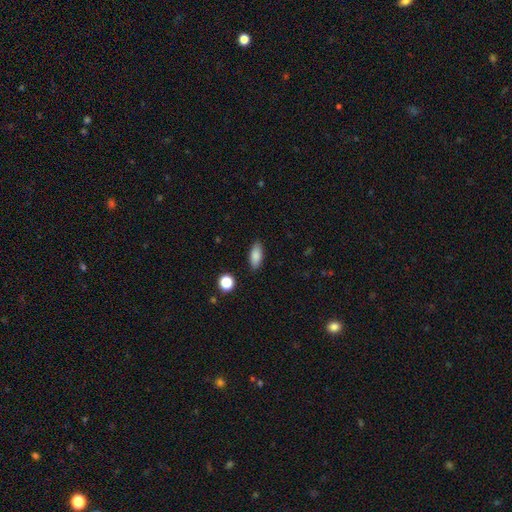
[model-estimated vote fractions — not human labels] The model was most divided on "how rounded": in between: 82%, cigar-shaped: 15%, round: 3%. More confident: merging — none (87%); smooth or featured — smooth (86%).